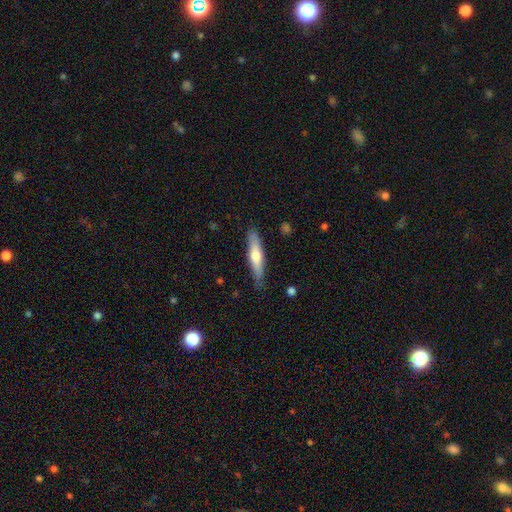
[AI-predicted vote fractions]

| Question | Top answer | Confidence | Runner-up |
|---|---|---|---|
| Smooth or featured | smooth | 59% | featured or disk (36%) |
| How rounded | cigar-shaped | 81% | in between (17%) |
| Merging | none | 82% | minor disturbance (14%) |